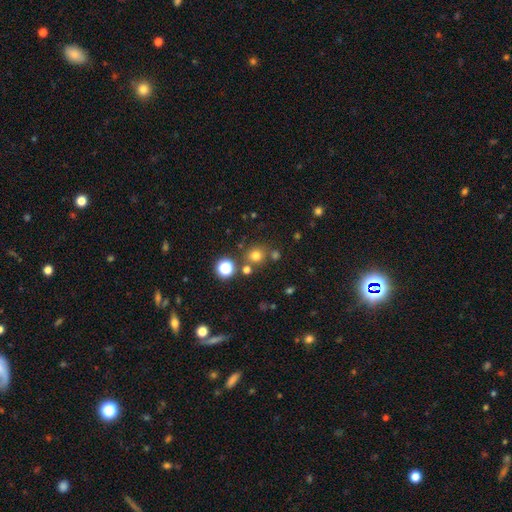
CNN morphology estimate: smooth-or-featured: smooth: 72% | star or artifact: 21% | featured or disk: 7%
  how-rounded: round: 88% | in between: 11% | cigar-shaped: 1%
  merging: none: 76% | merger: 11% | minor disturbance: 9% | major disturbance: 4%